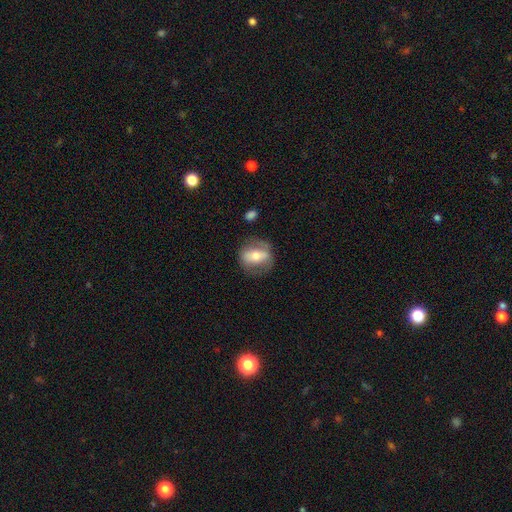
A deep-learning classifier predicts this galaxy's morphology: smooth 47%, featured or disk 46%, star or artifact 7%. Down the decision tree: merging — none (69%).